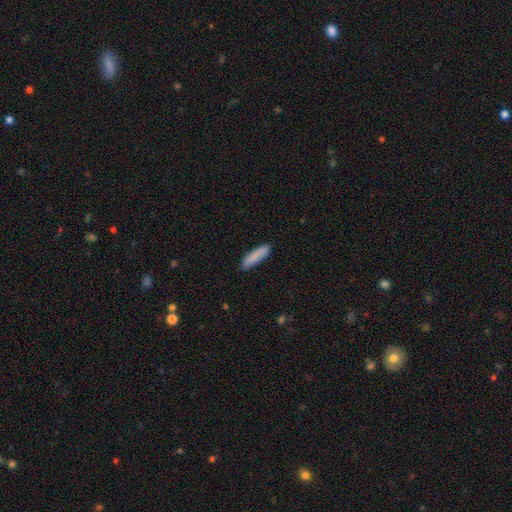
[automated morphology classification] A smooth galaxy with no disk features (87%) that is cigar-shaped (74%). Merging: none (87%).